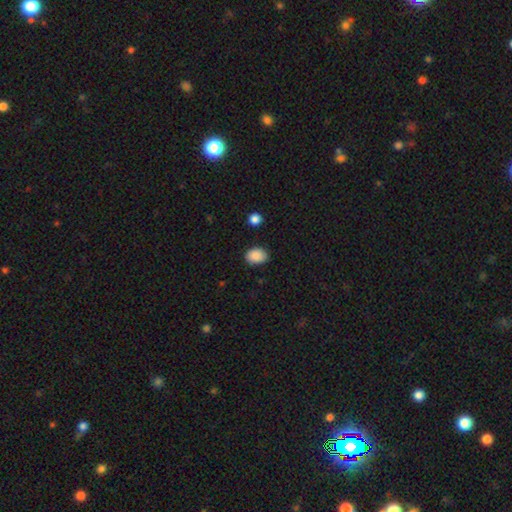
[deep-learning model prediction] smooth 89%, star or artifact 8%, featured or disk 4%. Down the decision tree: how rounded — in between (70%); merging — none (82%).